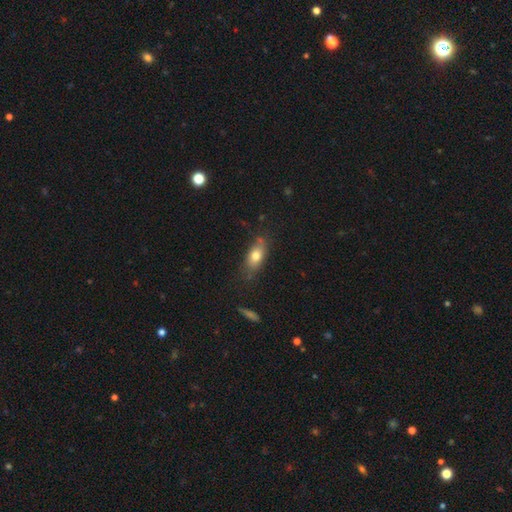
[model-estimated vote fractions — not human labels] Overall: smooth (74%). How rounded: in between (81%). Merging: none (69%).